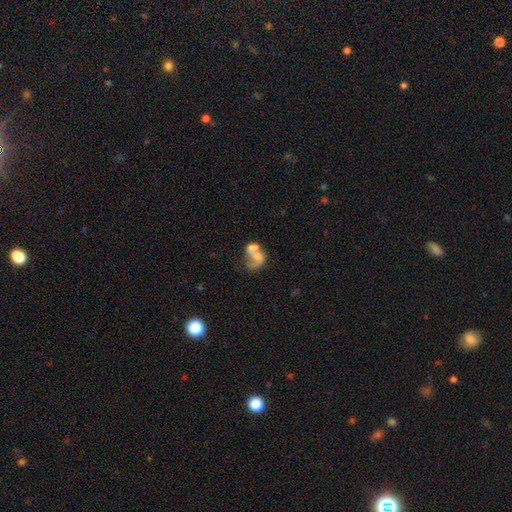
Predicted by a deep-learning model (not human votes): Smooth or featured: featured or disk — 60% (smooth — 30%)
Edge-on disk: no — 98% (yes — 2%)
Bar: no — 71% (weak — 23%)
Spiral arms: yes — 62% (no — 38%)
Bulge size: none — 36% (small — 30%)
Merging: merger — 40% (major disturbance — 24%)